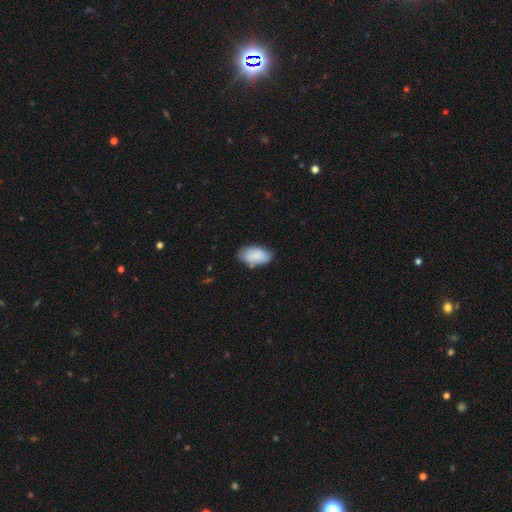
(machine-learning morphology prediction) type=smooth (82%); roundness=in between (93%); merging=none (69%).